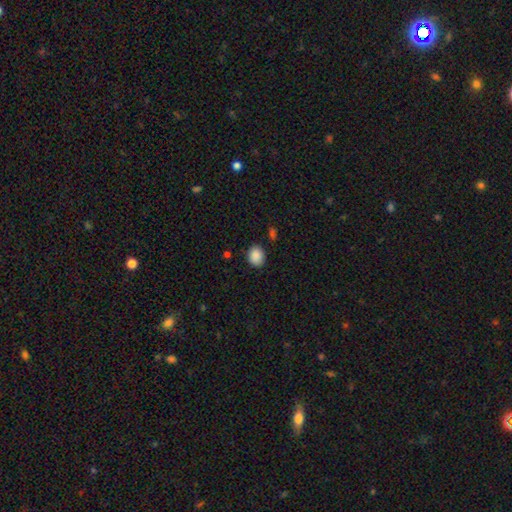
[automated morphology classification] This is clearly a smooth galaxy (89%). How rounded: possibly round (54%). Merging: clearly none (86%).